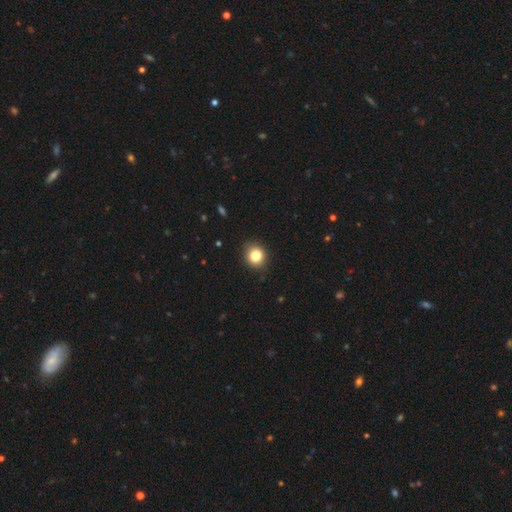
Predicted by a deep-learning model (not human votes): Smooth or featured?
  - smooth: 83% *
  - star or artifact: 11%
  - featured or disk: 6%
How rounded?
  - round: 82% *
  - in between: 17%
  - cigar-shaped: 1%
Merging?
  - none: 89% *
  - minor disturbance: 8%
  - major disturbance: 2%
  - merger: 1%